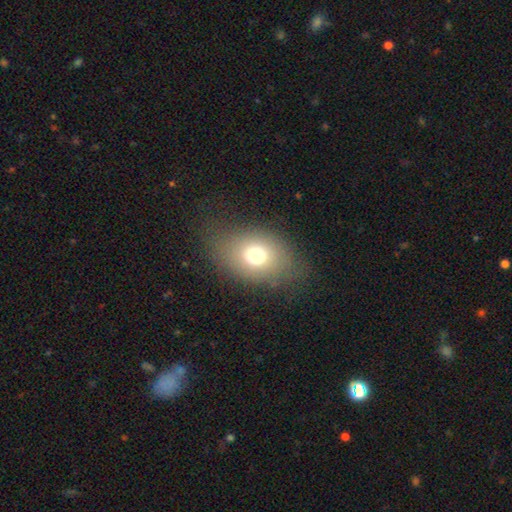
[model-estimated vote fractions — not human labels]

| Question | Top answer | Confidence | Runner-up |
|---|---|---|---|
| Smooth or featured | smooth | 72% | featured or disk (14%) |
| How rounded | in between | 63% | round (36%) |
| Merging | none | 74% | minor disturbance (15%) |